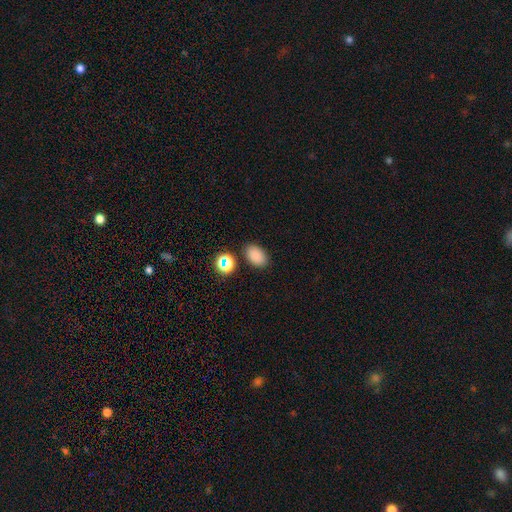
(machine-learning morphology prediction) Overall: smooth (83%). How rounded: in between (86%). Merging: none (84%).